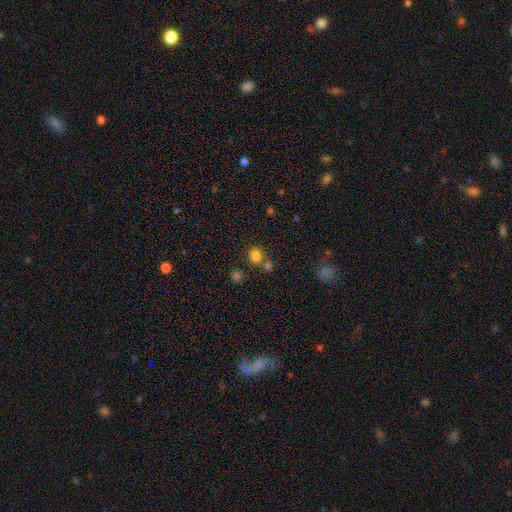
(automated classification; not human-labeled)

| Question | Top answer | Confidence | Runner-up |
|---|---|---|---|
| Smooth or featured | smooth | 80% | star or artifact (14%) |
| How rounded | in between | 57% | round (42%) |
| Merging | none | 61% | merger (23%) |